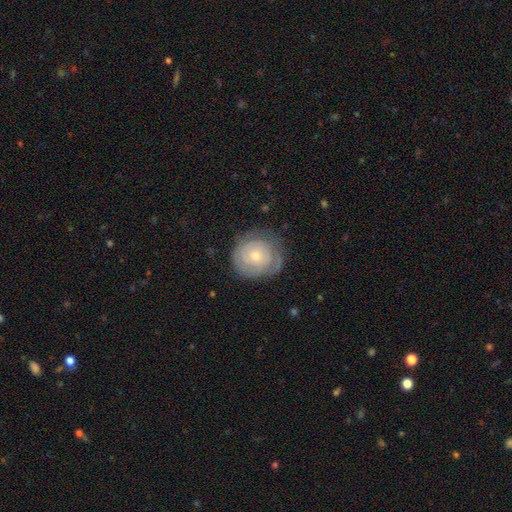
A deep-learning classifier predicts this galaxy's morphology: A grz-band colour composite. It shows a featured or disk galaxy (59%) with no bar (84%), spiral arms (72%) and a small central bulge (62%). Merging: none (69%).